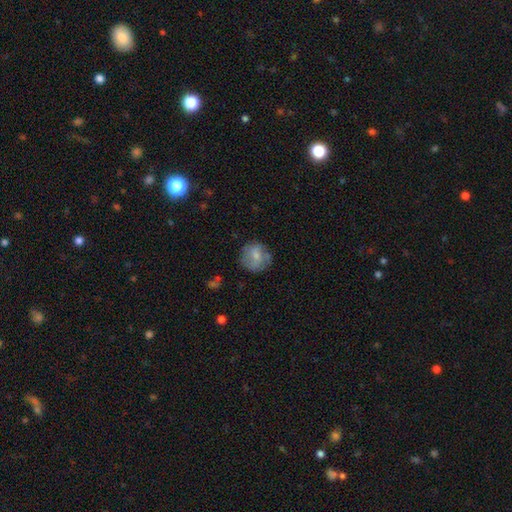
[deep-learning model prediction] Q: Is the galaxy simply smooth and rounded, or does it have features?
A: smooth — 66%.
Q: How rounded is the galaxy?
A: round — 87%.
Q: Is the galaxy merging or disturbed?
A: none — 71%.